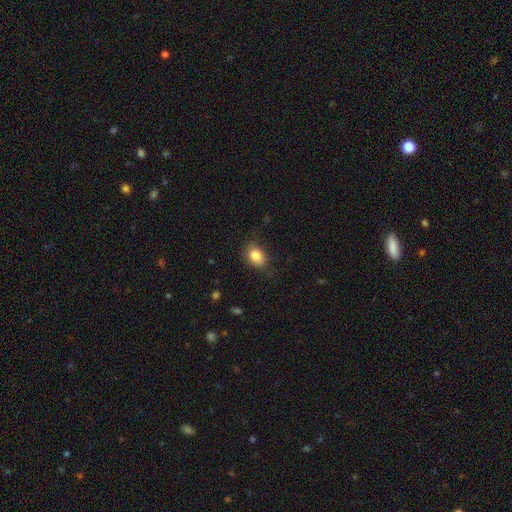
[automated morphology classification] A smooth galaxy with no disk features (84%) that is in between round and cigar-shaped (71%).

Vote fractions:
- Smooth or featured? smooth: 84% / star or artifact: 9% / featured or disk: 7%
- How rounded? in between: 71% / round: 28% / cigar-shaped: 1%
- Merging? none: 80% / minor disturbance: 15% / major disturbance: 4% / merger: 1%